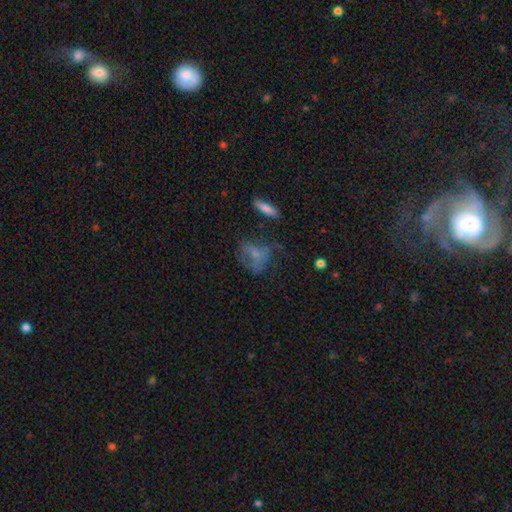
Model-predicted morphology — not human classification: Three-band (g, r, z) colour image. It shows a smooth galaxy with no disk features (53%) that is in between round and cigar-shaped (57%). Merging: none (41%).